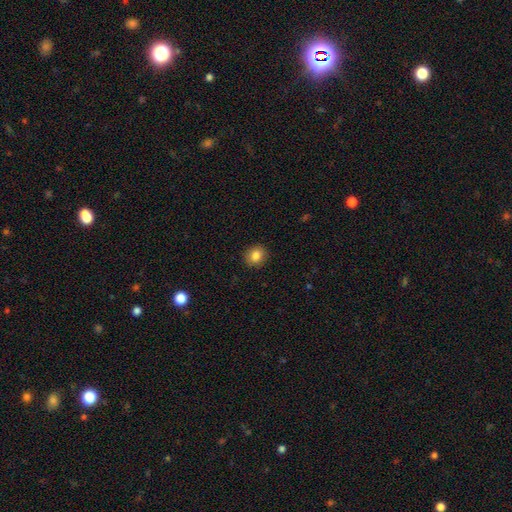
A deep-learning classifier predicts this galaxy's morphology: smooth 84%, star or artifact 10%, featured or disk 6%. Down the decision tree: how rounded — round (77%); merging — none (91%).